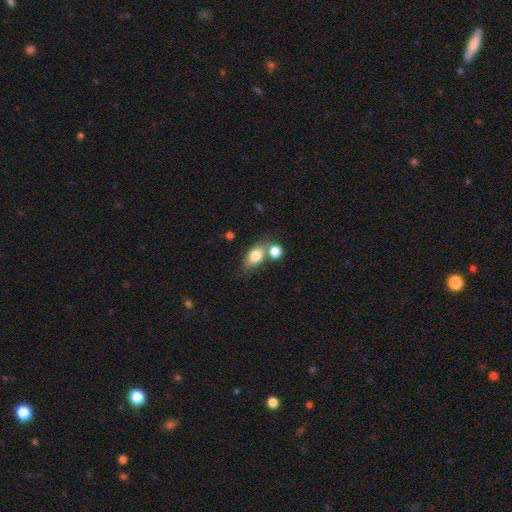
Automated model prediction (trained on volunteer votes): A smooth galaxy with no disk features (79%) that is in between round and cigar-shaped (74%).

Vote fractions:
- Smooth or featured? smooth: 79% / featured or disk: 13% / star or artifact: 8%
- How rounded? in between: 74% / round: 23% / cigar-shaped: 4%
- Merging? none: 44% / merger: 36% / minor disturbance: 14% / major disturbance: 6%